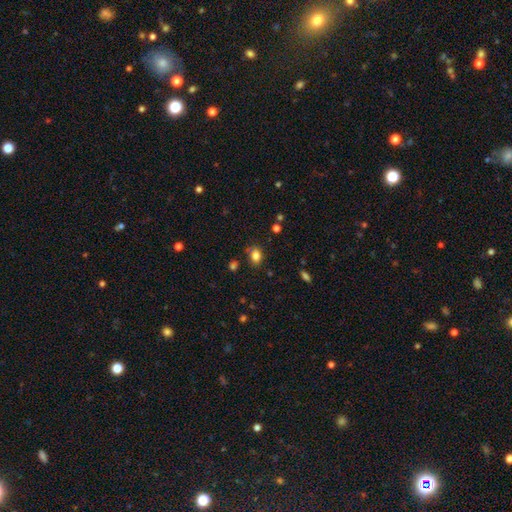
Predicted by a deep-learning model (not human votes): Smooth or featured? smooth (82%)
How rounded? in between (57%)
Merging? none (75%)